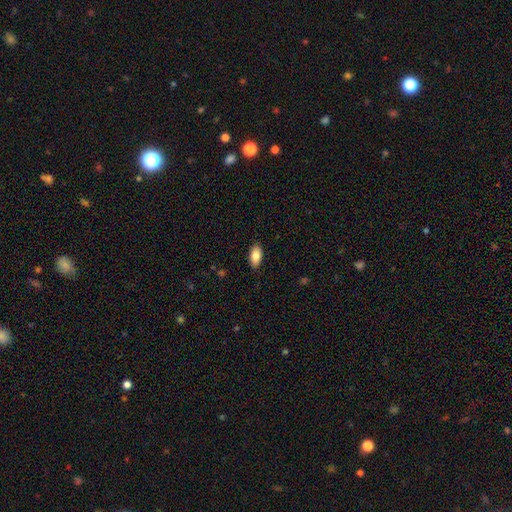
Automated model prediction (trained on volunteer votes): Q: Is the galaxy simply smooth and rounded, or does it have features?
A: smooth — 84%.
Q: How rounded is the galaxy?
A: in between — 93%.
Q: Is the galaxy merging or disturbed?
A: none — 88%.